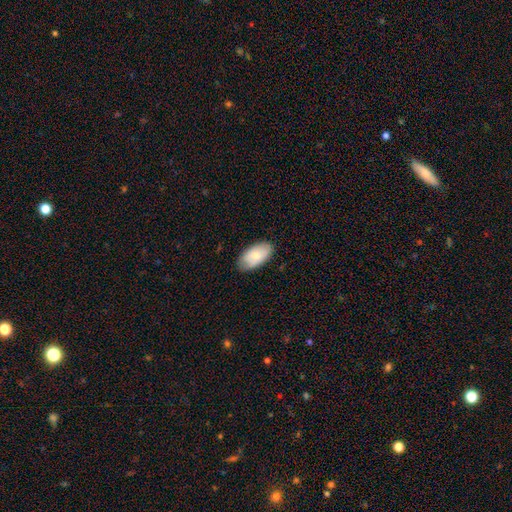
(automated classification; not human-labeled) Overall: smooth (76%). How rounded: in between (95%). Merging: none (82%).